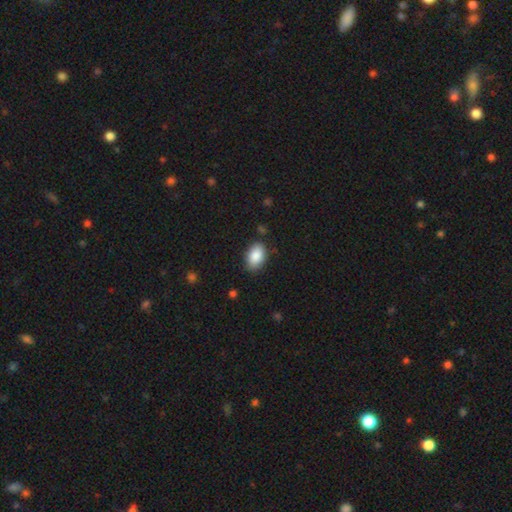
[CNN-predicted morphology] smooth_or_featured: smooth (p=0.88) [alt: star or artifact p=0.07]
how_rounded: in between (p=0.89) [alt: round p=0.09]
merging: none (p=0.84) [alt: minor disturbance p=0.12]